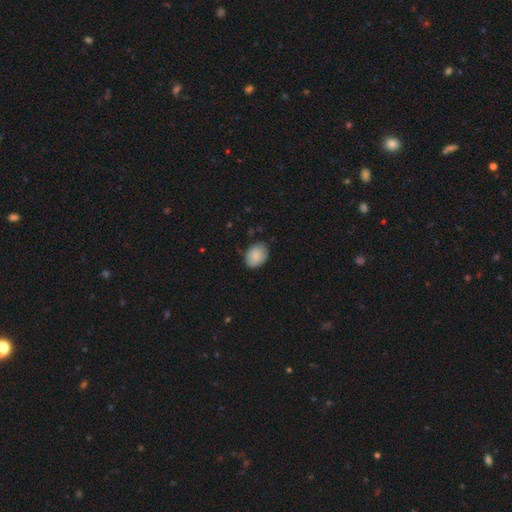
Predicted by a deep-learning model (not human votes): Overall: smooth (87%). How rounded: in between (73%). Merging: none (79%).